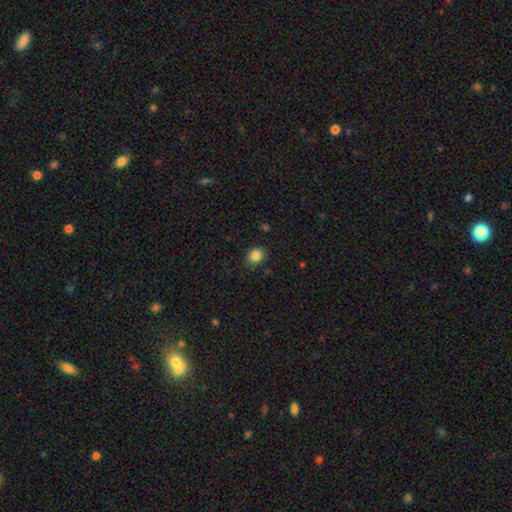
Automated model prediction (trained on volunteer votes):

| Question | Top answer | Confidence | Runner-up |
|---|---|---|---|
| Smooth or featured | smooth | 85% | star or artifact (10%) |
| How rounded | round | 54% | in between (46%) |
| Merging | none | 83% | minor disturbance (13%) |